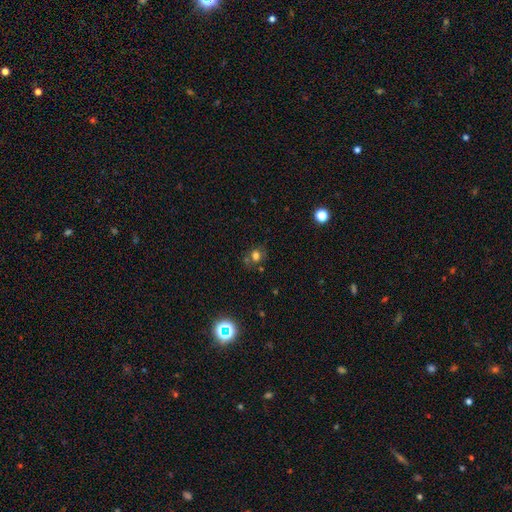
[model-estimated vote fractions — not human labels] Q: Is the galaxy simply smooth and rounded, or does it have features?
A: smooth — 61%.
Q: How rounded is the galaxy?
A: round — 63%.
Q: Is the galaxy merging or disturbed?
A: none — 65%.